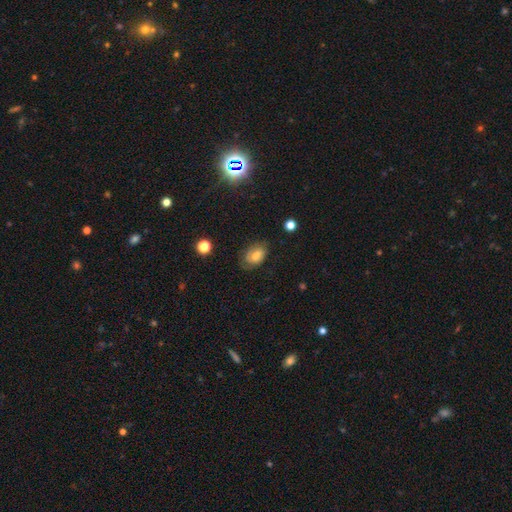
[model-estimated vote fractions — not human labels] Smooth or featured?
  - smooth: 52% *
  - featured or disk: 35%
  - star or artifact: 12%
How rounded?
  - in between: 84% *
  - round: 14%
  - cigar-shaped: 2%
Merging?
  - none: 68% *
  - minor disturbance: 22%
  - major disturbance: 8%
  - merger: 2%